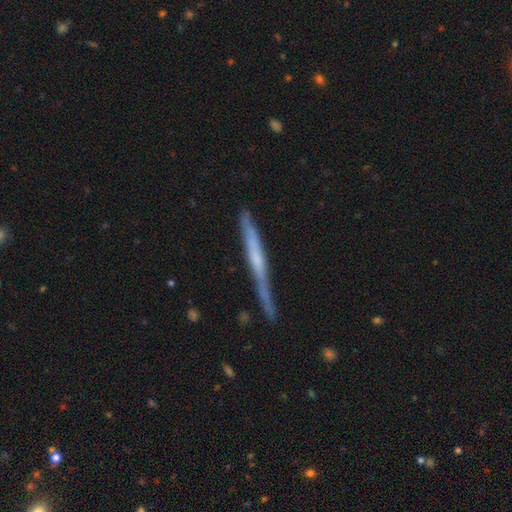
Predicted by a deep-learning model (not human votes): smooth_or_featured: featured or disk (p=0.61) [alt: smooth p=0.33]
disk_edge_on: yes (p=0.95) [alt: no p=0.05]
edge_on_bulge: none (p=0.65) [alt: rounded p=0.24]
merging: none (p=0.76) [alt: minor disturbance p=0.18]